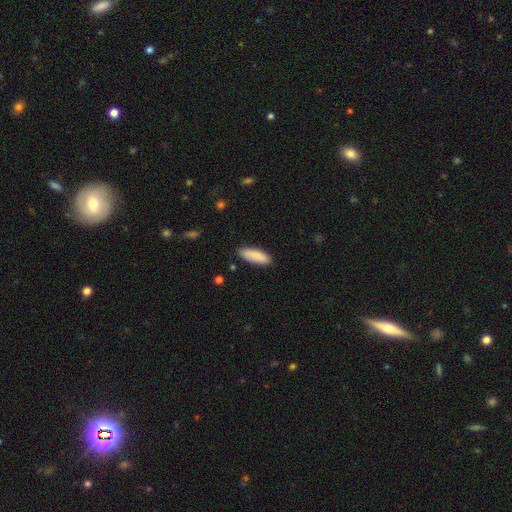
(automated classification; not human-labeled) Q: Smooth or featured?
A: smooth (89%); runner-up: star or artifact (6%)
Q: How rounded?
A: in between (62%); runner-up: cigar-shaped (36%)
Q: Merging?
A: none (85%); runner-up: minor disturbance (11%)